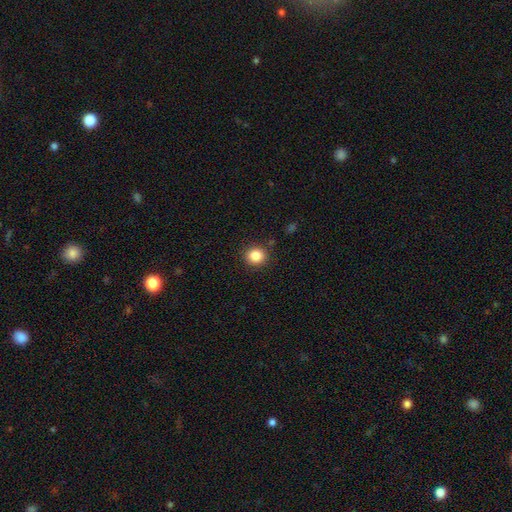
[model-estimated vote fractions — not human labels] A smooth galaxy with no disk features (85%) that is round (85%). Merging: none (89%).